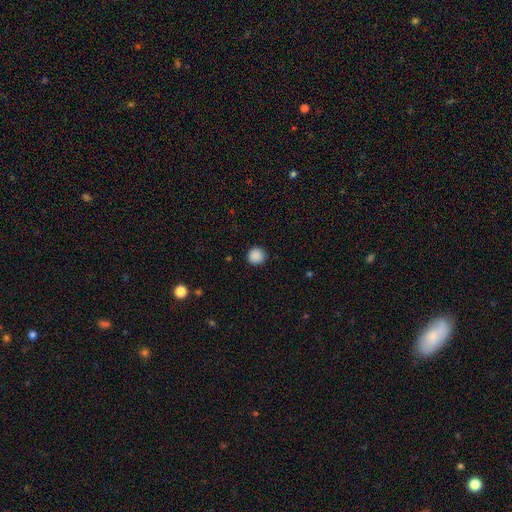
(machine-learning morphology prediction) Smooth or featured: smooth — 88% (star or artifact — 9%)
How rounded: round — 94% (in between — 5%)
Merging: none — 91% (minor disturbance — 6%)